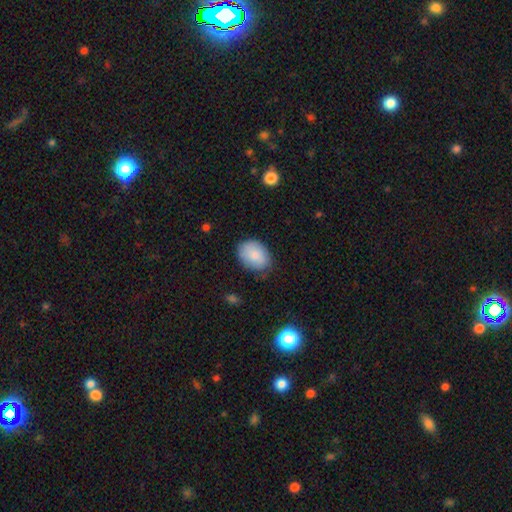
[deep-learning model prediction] The model was most divided on "how rounded": in between: 73%, round: 26%, cigar-shaped: 1%. More confident: smooth or featured — smooth (84%); merging — none (74%).